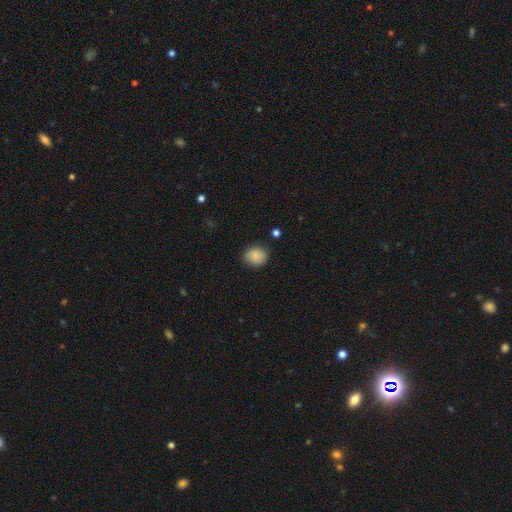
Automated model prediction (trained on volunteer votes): smooth 84%, star or artifact 8%, featured or disk 8%. Down the decision tree: how rounded — round (66%); merging — none (81%).